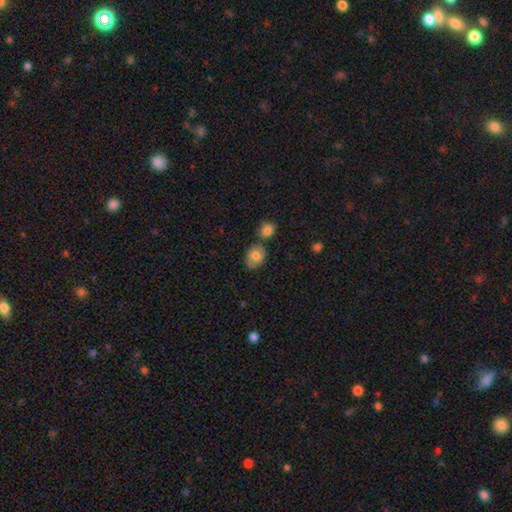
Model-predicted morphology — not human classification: This is likely a smooth galaxy (64%). How rounded: likely in between (64%). Merging: possibly none (60%).